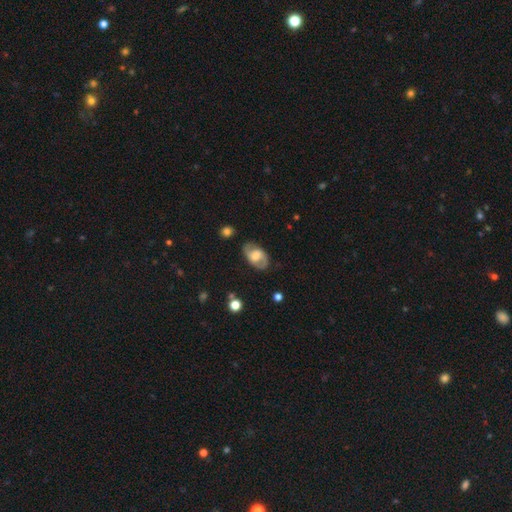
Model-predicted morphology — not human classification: Overall: featured or disk (65%; smooth 29%). Edge-on disk: no (95%). Bar: weak (45%; no 41%). Spiral arms: yes (82%). Bulge size: moderate (43%; large 32%). Merging: none (79%).